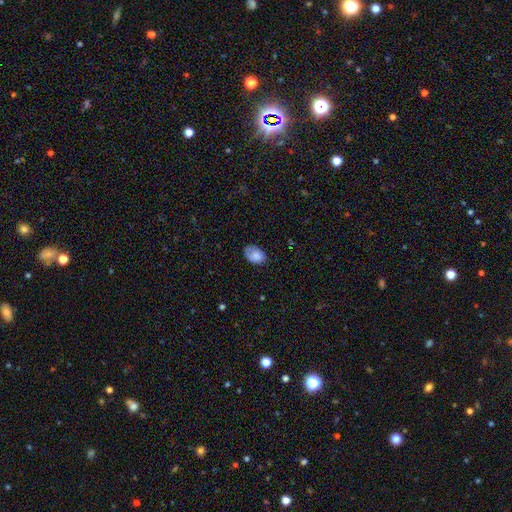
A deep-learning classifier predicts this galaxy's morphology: Smooth or featured?
  - smooth: 80% *
  - featured or disk: 12%
  - star or artifact: 8%
How rounded?
  - in between: 82% *
  - round: 17%
  - cigar-shaped: 1%
Merging?
  - none: 63% *
  - minor disturbance: 28%
  - major disturbance: 8%
  - merger: 1%